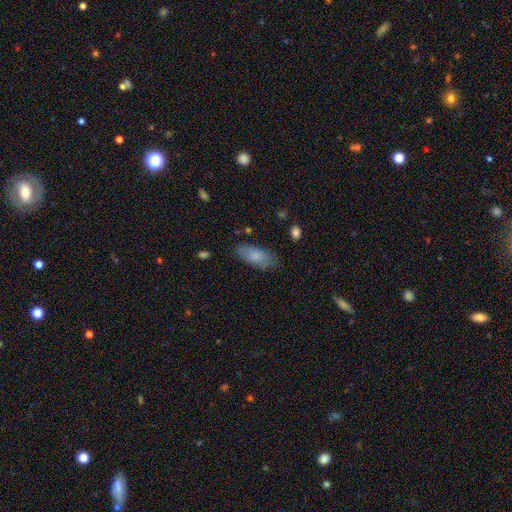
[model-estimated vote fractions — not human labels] Smooth or featured? smooth (80%)
How rounded? in between (84%)
Merging? none (75%)